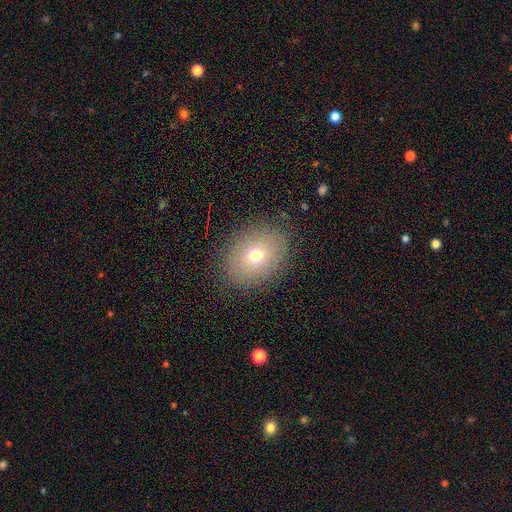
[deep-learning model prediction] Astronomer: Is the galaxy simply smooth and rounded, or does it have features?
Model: smooth — 68%.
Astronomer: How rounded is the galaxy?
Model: in between — 56% (runner-up: round, 43%).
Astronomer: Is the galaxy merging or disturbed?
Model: none — 85%.